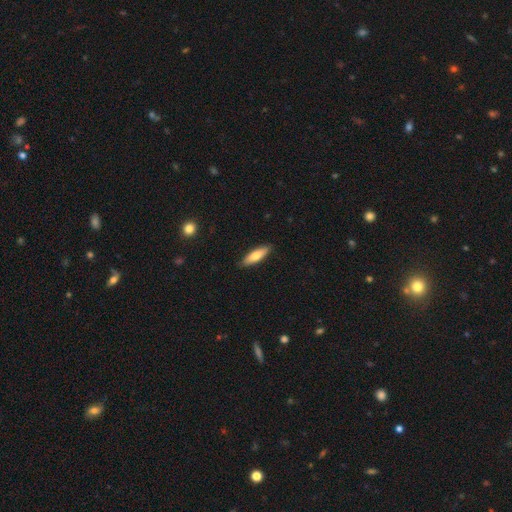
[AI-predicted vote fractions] smooth-or-featured: smooth: 72% | featured or disk: 22% | star or artifact: 6%
  how-rounded: cigar-shaped: 55% | in between: 43% | round: 2%
  merging: none: 88% | minor disturbance: 9% | major disturbance: 2% | merger: 1%